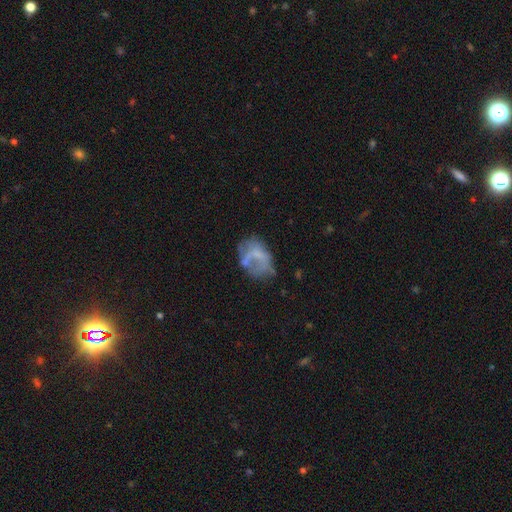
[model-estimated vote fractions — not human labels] A featured or disk galaxy (44%, tied with smooth). Merging: none (38%).